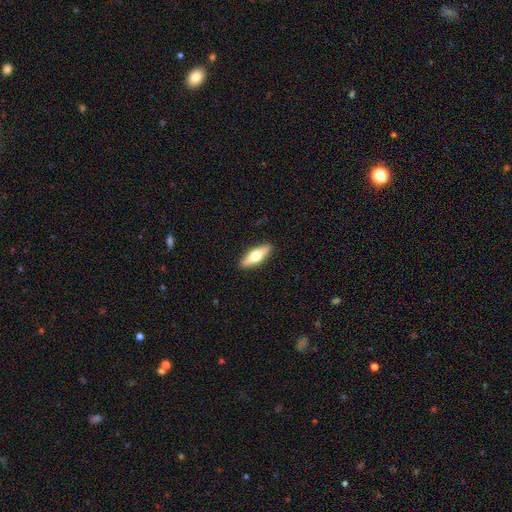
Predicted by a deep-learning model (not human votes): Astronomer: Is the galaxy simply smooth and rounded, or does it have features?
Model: smooth — 50% (runner-up: featured or disk, 44%).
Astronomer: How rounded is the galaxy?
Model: in between — 51% (runner-up: cigar-shaped, 47%).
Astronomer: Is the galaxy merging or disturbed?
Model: none — 90%.